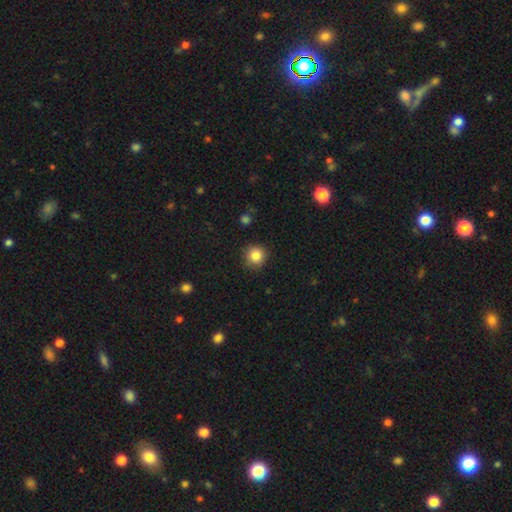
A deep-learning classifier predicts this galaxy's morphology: smooth_or_featured: smooth (p=0.84) [alt: star or artifact p=0.11]
how_rounded: round (p=0.94) [alt: in between p=0.05]
merging: none (p=0.89) [alt: minor disturbance p=0.08]